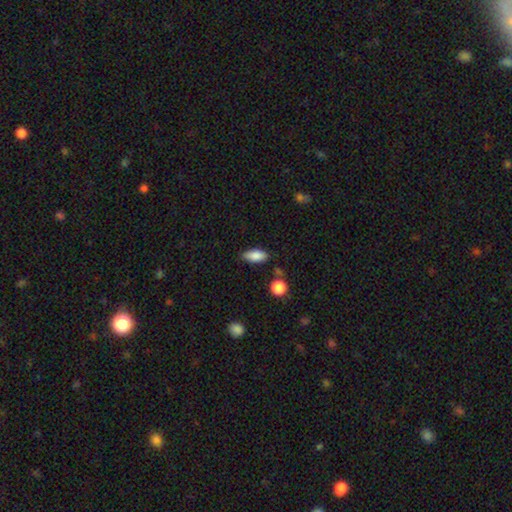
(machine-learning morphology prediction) Smooth or featured? smooth (86%)
How rounded? in between (87%)
Merging? none (78%)